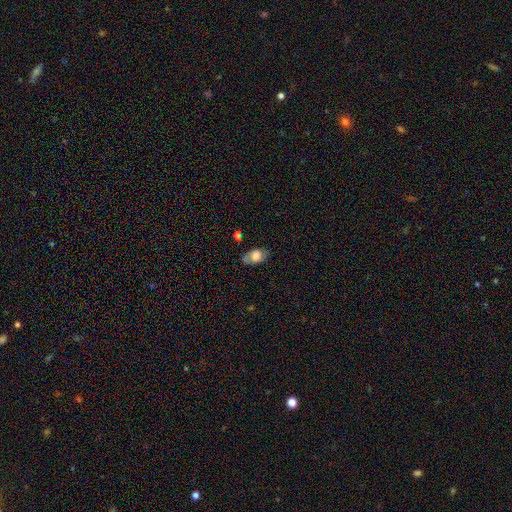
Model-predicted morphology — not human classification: Smooth or featured? Predicted: smooth (p=0.62). How rounded? Predicted: in between (p=0.90). Merging? Predicted: none (p=0.68).